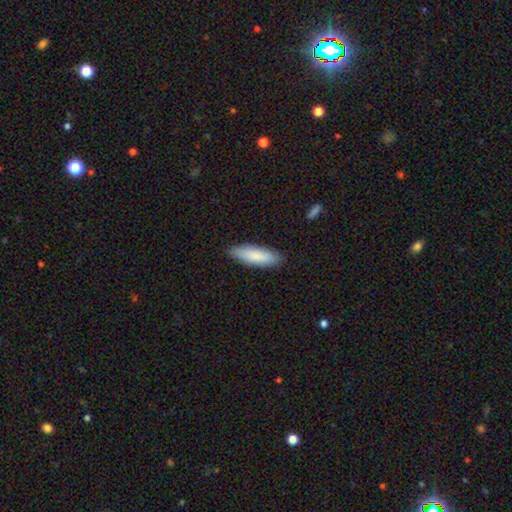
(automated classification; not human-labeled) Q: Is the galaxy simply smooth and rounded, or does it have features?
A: smooth — 85%.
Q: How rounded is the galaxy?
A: cigar-shaped — 52%.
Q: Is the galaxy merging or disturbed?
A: none — 87%.